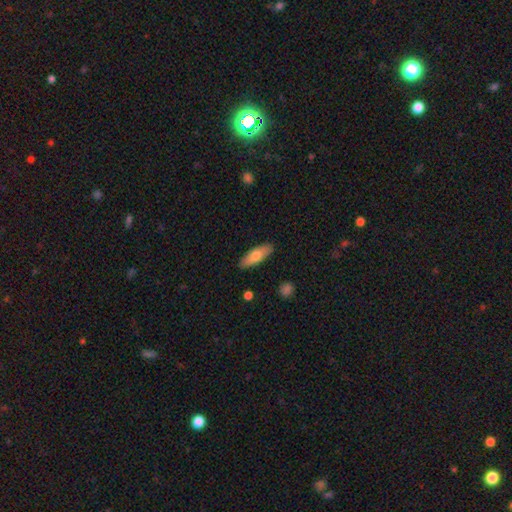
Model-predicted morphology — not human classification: smooth-or-featured: smooth: 71% | featured or disk: 23% | star or artifact: 6%
  how-rounded: in between: 62% | cigar-shaped: 36% | round: 2%
  merging: none: 87% | minor disturbance: 10% | major disturbance: 2% | merger: 1%